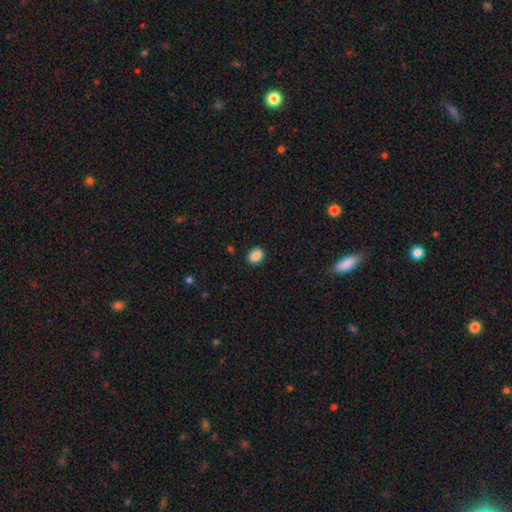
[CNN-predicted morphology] A smooth galaxy with no disk features (88%) that is in between round and cigar-shaped (69%).

Vote fractions:
- Smooth or featured? smooth: 88% / star or artifact: 8% / featured or disk: 3%
- How rounded? in between: 69% / round: 30% / cigar-shaped: 1%
- Merging? none: 89% / minor disturbance: 8% / major disturbance: 2% / merger: 1%